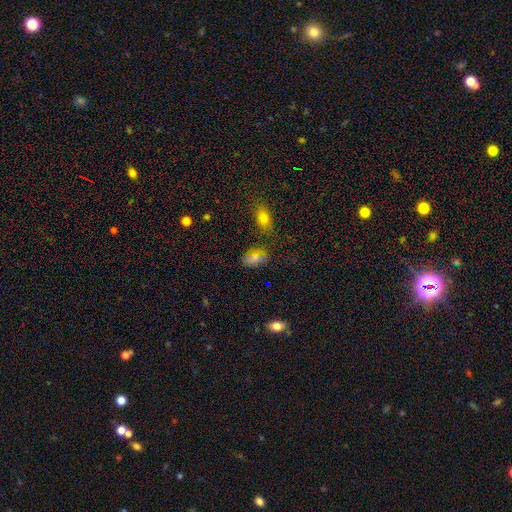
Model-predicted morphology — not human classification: A smooth galaxy with no disk features (70%) that is in between round and cigar-shaped (85%). Merging: none (79%).